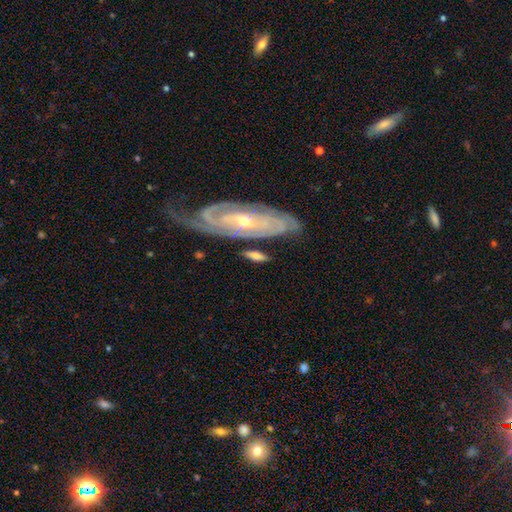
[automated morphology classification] Smooth or featured? Predicted: smooth (p=0.48). Merging? Predicted: none (p=0.68).